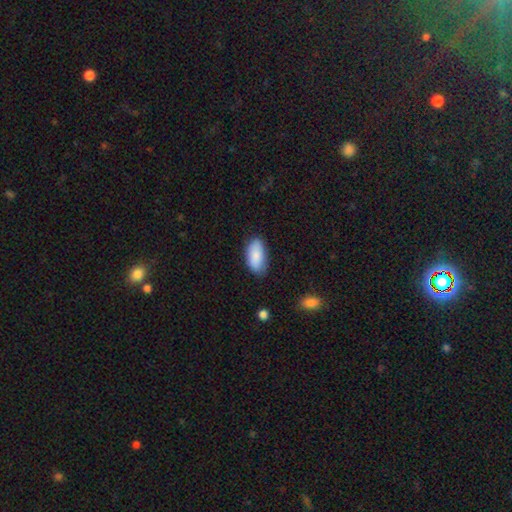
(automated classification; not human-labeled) Q: Smooth or featured?
A: smooth (85%); runner-up: featured or disk (9%)
Q: How rounded?
A: in between (92%); runner-up: cigar-shaped (5%)
Q: Merging?
A: none (77%); runner-up: minor disturbance (18%)